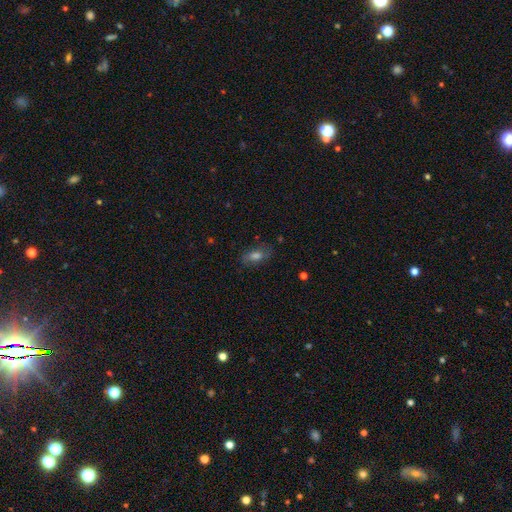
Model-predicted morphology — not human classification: A smooth galaxy with no disk features (60%) that is in between round and cigar-shaped (83%). Merging: none (76%).